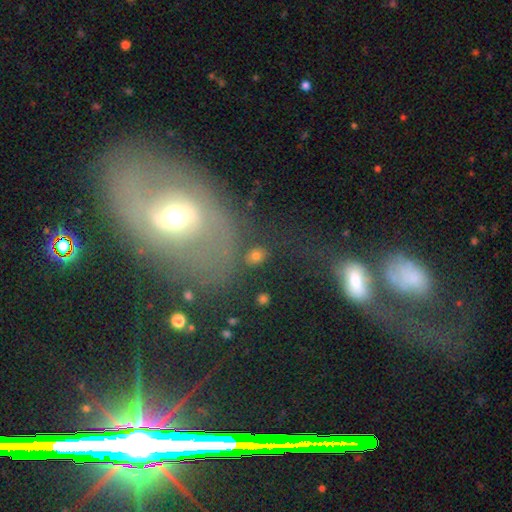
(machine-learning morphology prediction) Smooth or featured?
  - smooth: 76% *
  - star or artifact: 14%
  - featured or disk: 9%
How rounded?
  - in between: 49% * (tied)
  - round: 49% * (tied)
  - cigar-shaped: 2%
Merging?
  - none: 84% *
  - minor disturbance: 8%
  - major disturbance: 4%
  - merger: 4%